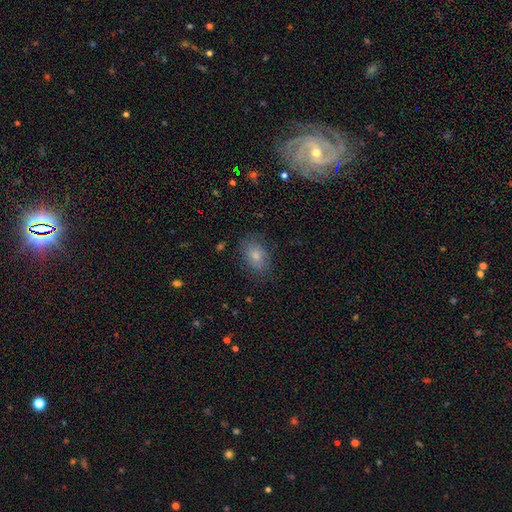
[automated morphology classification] smooth-or-featured: smooth: 74% | featured or disk: 16% | star or artifact: 10%
  how-rounded: in between: 79% | round: 20% | cigar-shaped: 1%
  merging: none: 75% | minor disturbance: 17% | major disturbance: 6% | merger: 1%